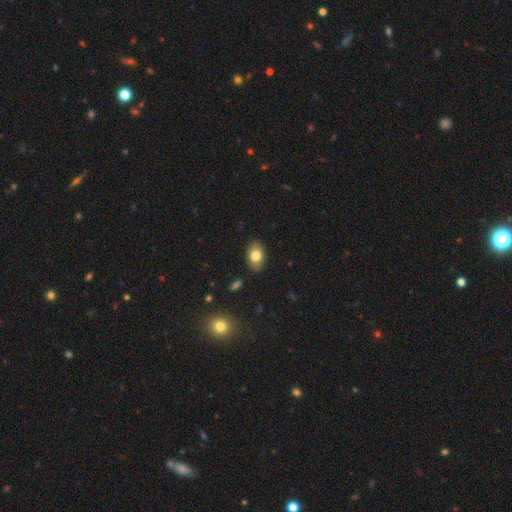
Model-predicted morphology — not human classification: Overall: smooth (80%). How rounded: in between (88%). Merging: none (86%).